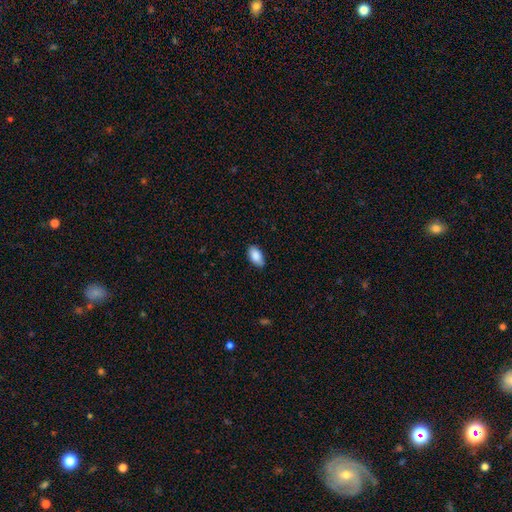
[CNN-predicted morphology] smooth 88%, star or artifact 7%, featured or disk 6%. Down the decision tree: how rounded — in between (94%); merging — none (83%).